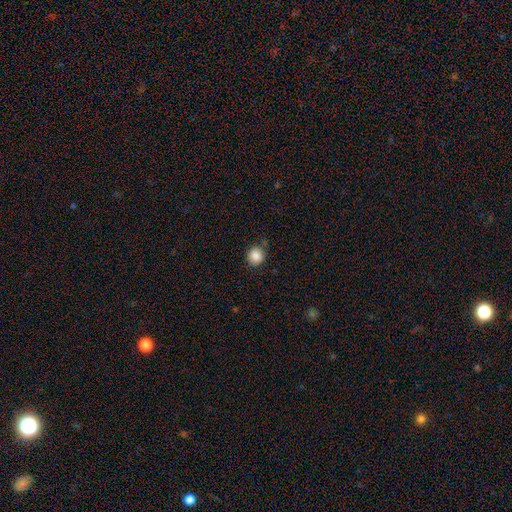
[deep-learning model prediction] smooth-or-featured: smooth: 87% | star or artifact: 10% | featured or disk: 4%
  how-rounded: round: 89% | in between: 10% | cigar-shaped: 1%
  merging: none: 83% | minor disturbance: 11% | merger: 3% | major disturbance: 3%